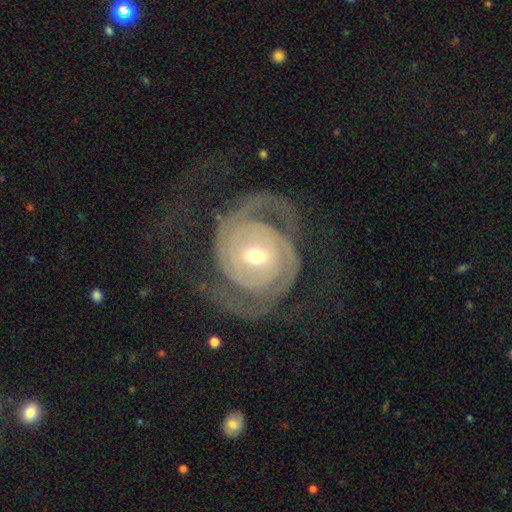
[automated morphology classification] A featured or disk galaxy (91%) with no bar (47%), 2 (72%) tight (64%) spiral arms (97%) and a moderate central bulge (55%). Merging: none (63%).